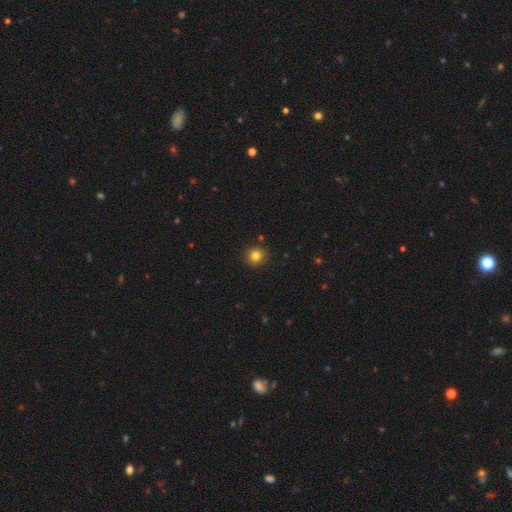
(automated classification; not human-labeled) The model was most divided on "smooth or featured": smooth: 82%, star or artifact: 12%, featured or disk: 6%. More confident: how rounded — round (90%); merging — none (89%).